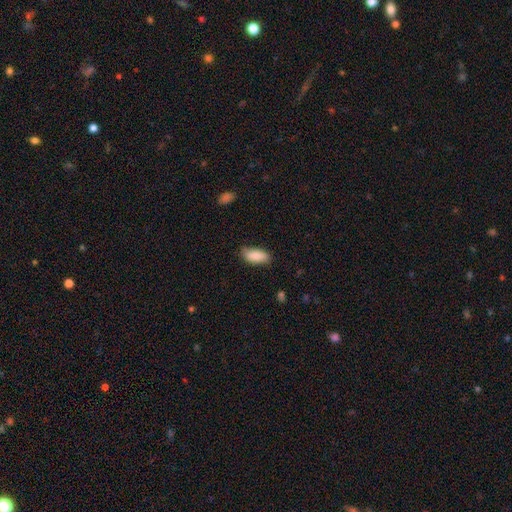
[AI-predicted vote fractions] A smooth galaxy with no disk features (87%) that is in between round and cigar-shaped (89%). Merging: none (77%).